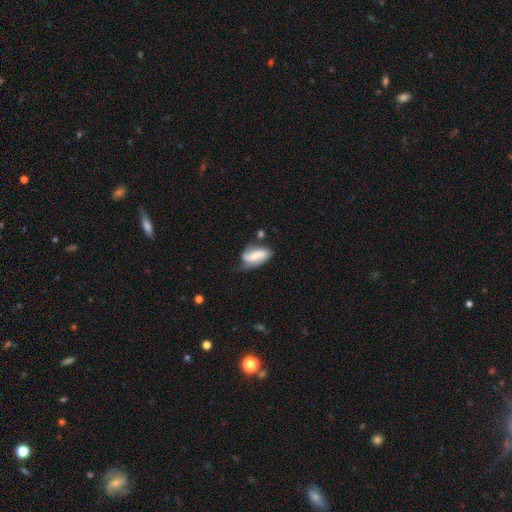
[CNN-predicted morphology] A featured or disk galaxy (49%). Merging: none (43%).